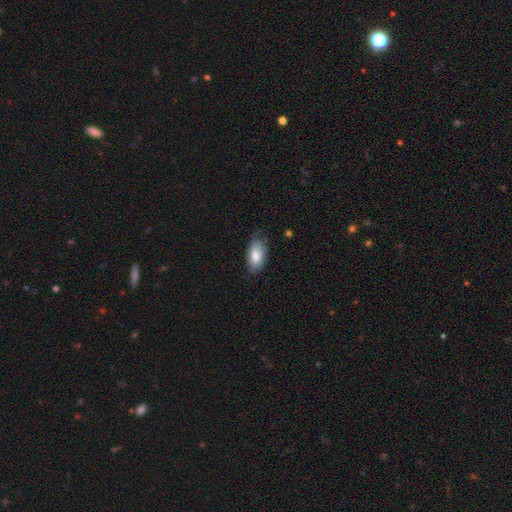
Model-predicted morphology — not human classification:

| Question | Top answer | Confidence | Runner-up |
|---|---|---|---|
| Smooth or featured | smooth | 80% | featured or disk (14%) |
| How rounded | in between | 93% | round (4%) |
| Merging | none | 70% | minor disturbance (25%) |